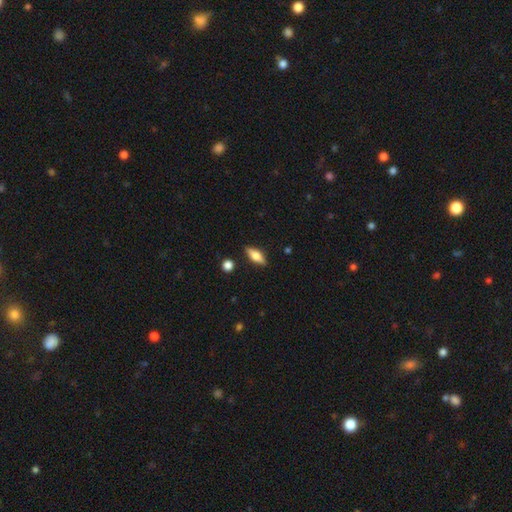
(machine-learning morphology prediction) The model was most divided on "smooth or featured": smooth: 59%, featured or disk: 34%, star or artifact: 7%. More confident: merging — none (86%); how rounded — in between (68%).